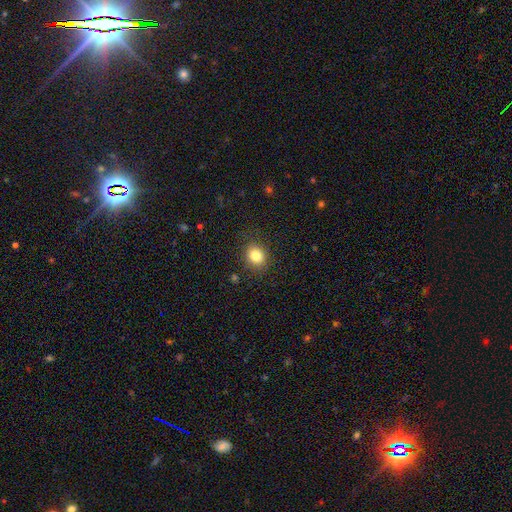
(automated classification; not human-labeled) This is clearly a smooth galaxy (84%). How rounded: likely round (67%). Merging: clearly none (85%).